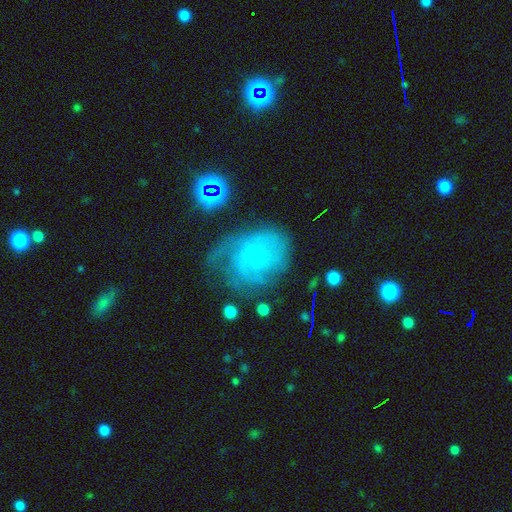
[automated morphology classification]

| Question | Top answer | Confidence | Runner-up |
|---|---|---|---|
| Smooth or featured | featured or disk | 70% | smooth (20%) |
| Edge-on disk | no | 98% | yes (2%) |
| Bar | no | 58% | weak (38%) |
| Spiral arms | yes | 88% | no (12%) |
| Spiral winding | tight | 52% | medium (35%) |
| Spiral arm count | can't tell | 45% | 2 (18%) |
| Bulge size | small | 72% | moderate (14%) |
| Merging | none | 45% | minor disturbance (28%) |